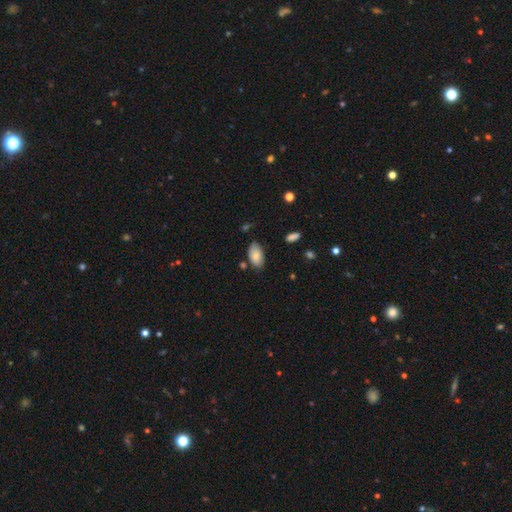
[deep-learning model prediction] A smooth galaxy with no disk features (78%) that is in between round and cigar-shaped (94%).

Vote fractions:
- Smooth or featured? smooth: 78% / featured or disk: 15% / star or artifact: 7%
- How rounded? in between: 94% / round: 4% / cigar-shaped: 2%
- Merging? none: 74% / minor disturbance: 18% / merger: 4% / major disturbance: 4%